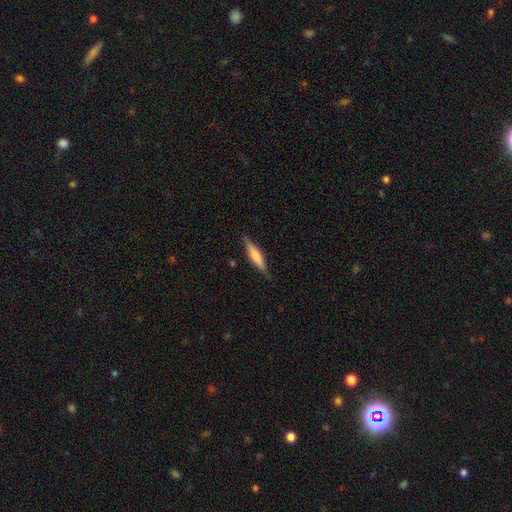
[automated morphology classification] A smooth galaxy with no disk features (59%) that is cigar-shaped (81%). Merging: none (84%).